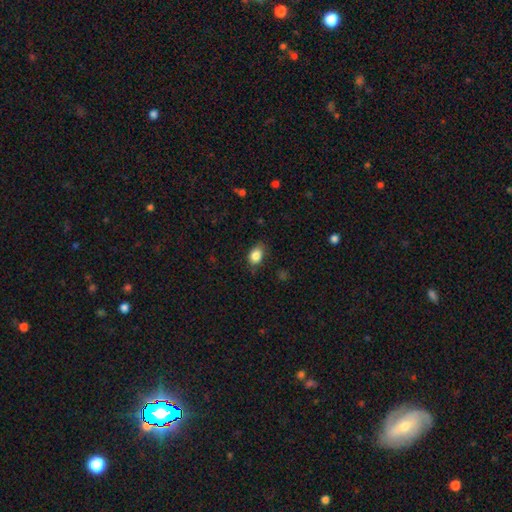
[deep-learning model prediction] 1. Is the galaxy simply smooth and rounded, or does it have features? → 86% smooth, 9% star or artifact, 5% featured or disk.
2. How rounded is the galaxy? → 74% in between, 25% round, 1% cigar-shaped.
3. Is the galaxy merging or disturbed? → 74% none, 21% minor disturbance, 4% major disturbance, 1% merger.